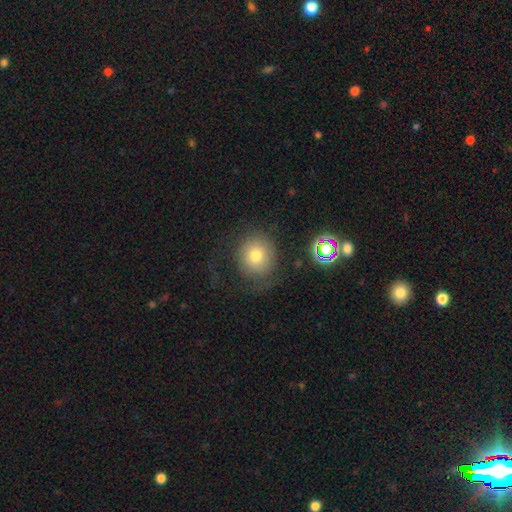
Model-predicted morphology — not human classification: Smooth or featured: smooth — 72% (featured or disk — 16%)
How rounded: round — 86% (in between — 13%)
Merging: none — 64% (major disturbance — 17%)